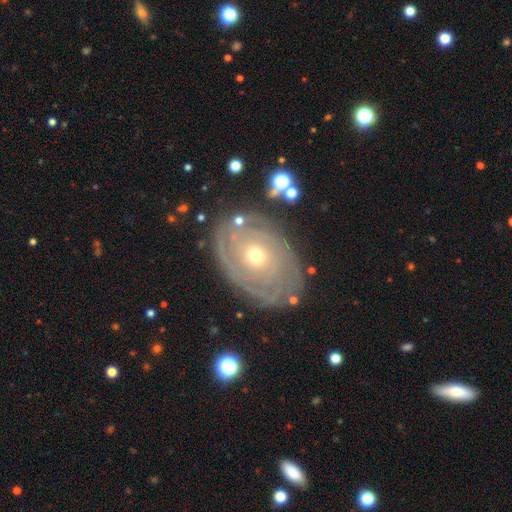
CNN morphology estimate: Q: Smooth or featured?
A: featured or disk (80%); runner-up: smooth (13%)
Q: Edge-on disk?
A: no (95%); runner-up: yes (5%)
Q: Bar?
A: no (84%); runner-up: weak (13%)
Q: Spiral arms?
A: yes (85%); runner-up: no (15%)
Q: Spiral winding?
A: tight (80%); runner-up: medium (15%)
Q: Spiral arm count?
A: can't tell (42%); runner-up: 2 (19%)
Q: Bulge size?
A: small (52%); runner-up: moderate (44%)
Q: Merging?
A: none (78%); runner-up: minor disturbance (15%)